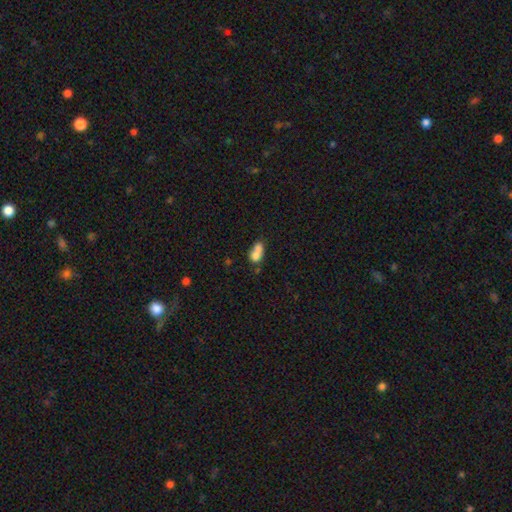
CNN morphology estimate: Overall: smooth (72%). How rounded: in between (74%). Merging: merger (51%; none 27%).